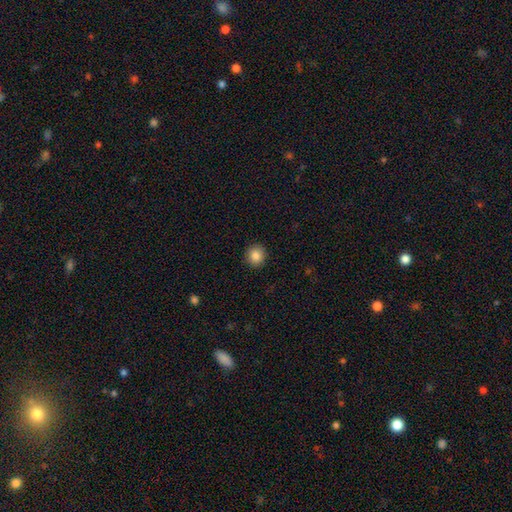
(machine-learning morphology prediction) This appears to be a smooth galaxy with no disk features (85%) that is round (89%). Merging: none (92%).